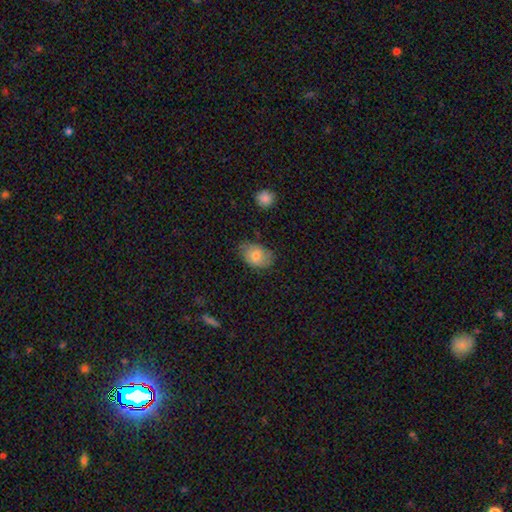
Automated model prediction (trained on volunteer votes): The model was most divided on "merging": none: 67%, minor disturbance: 26%, major disturbance: 6%, merger: 2%. More confident: how rounded — in between (77%); smooth or featured — smooth (74%).